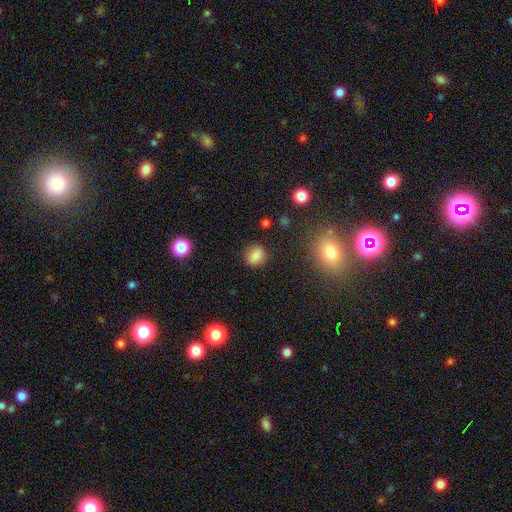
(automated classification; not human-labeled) smooth-or-featured: smooth: 82% | star or artifact: 12% | featured or disk: 6%
  how-rounded: round: 73% | in between: 26% | cigar-shaped: 1%
  merging: none: 85% | minor disturbance: 10% | major disturbance: 3% | merger: 2%